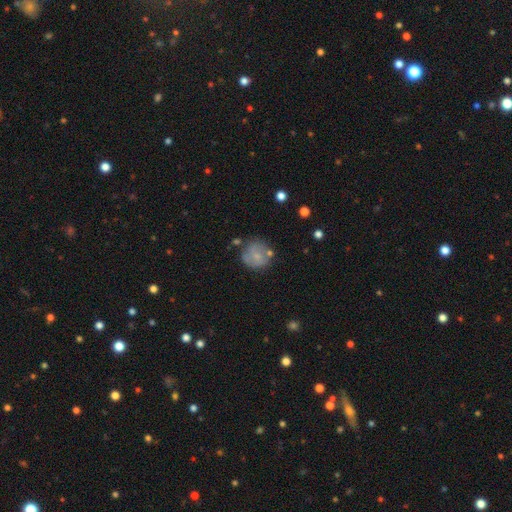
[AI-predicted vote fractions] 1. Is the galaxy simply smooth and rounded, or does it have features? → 65% smooth, 26% featured or disk, 9% star or artifact.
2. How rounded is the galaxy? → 89% round, 10% in between, 1% cigar-shaped.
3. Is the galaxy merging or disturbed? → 64% none, 19% minor disturbance, 9% merger, 8% major disturbance.